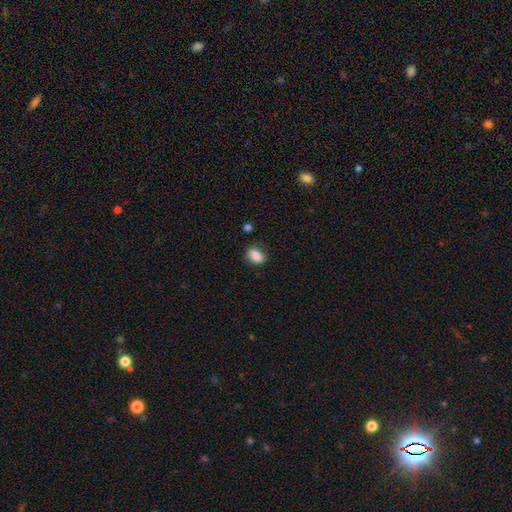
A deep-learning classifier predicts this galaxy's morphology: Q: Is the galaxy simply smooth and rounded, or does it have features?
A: smooth — 86%.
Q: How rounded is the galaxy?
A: in between — 72%.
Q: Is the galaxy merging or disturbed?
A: none — 77%.